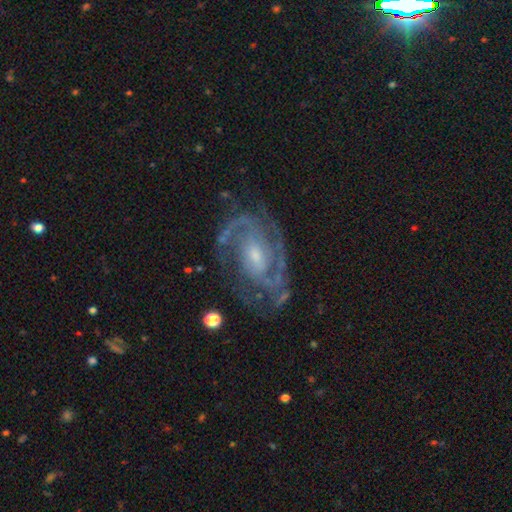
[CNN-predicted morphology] A featured or disk galaxy (90%) with a weak bar (44%), 2 (67%) tight (49%) spiral arms (97%) and a small central bulge (53%). Merging: none (71%).